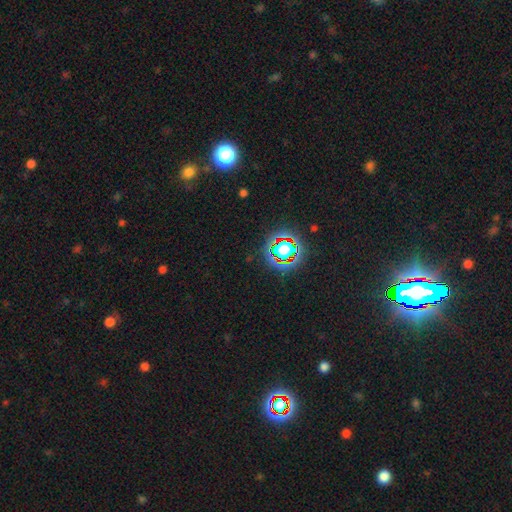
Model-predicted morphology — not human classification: smooth-or-featured: star or artifact: 78% | smooth: 13% | featured or disk: 9%